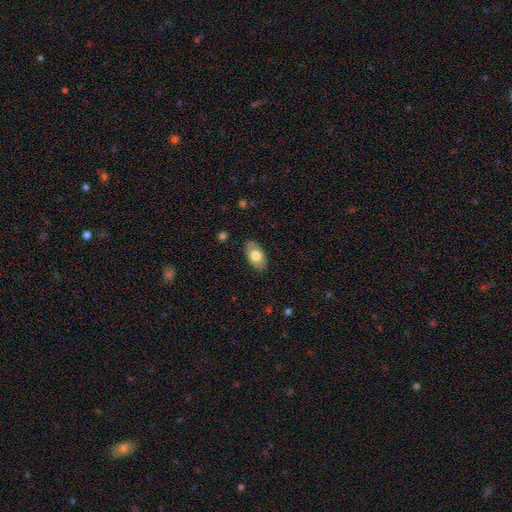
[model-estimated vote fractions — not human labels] Smooth or featured? Predicted: smooth (p=0.70). How rounded? Predicted: in between (p=0.93). Merging? Predicted: none (p=0.84).